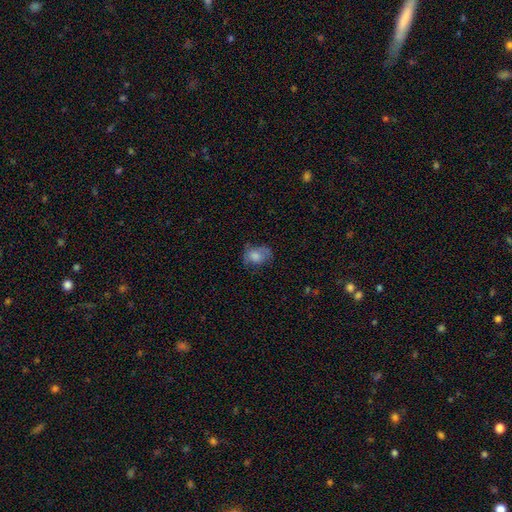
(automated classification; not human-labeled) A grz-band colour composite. It shows a smooth galaxy with no disk features (68%) that is in between round and cigar-shaped (61%). Merging: none (49%).